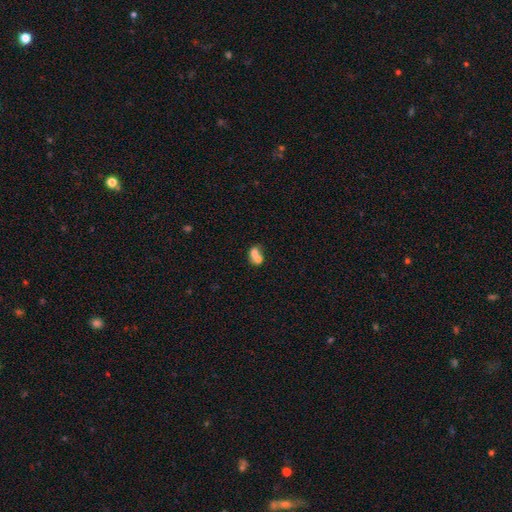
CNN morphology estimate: Smooth or featured: smooth — 70% (featured or disk — 20%)
How rounded: in between — 66% (round — 32%)
Merging: merger — 68% (none — 20%)